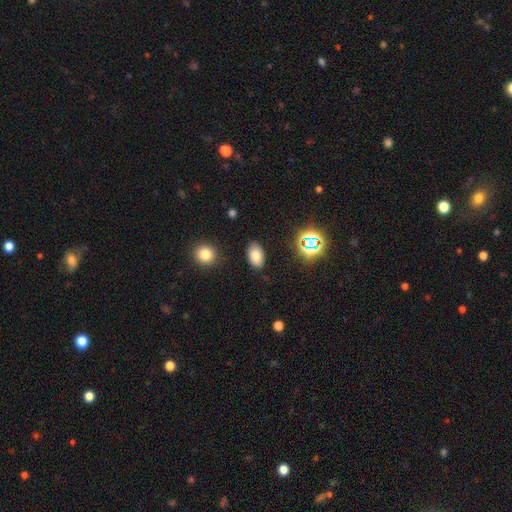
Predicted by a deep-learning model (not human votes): smooth-or-featured: smooth: 76% | star or artifact: 14% | featured or disk: 10%
  how-rounded: in between: 91% | round: 7% | cigar-shaped: 2%
  merging: none: 86% | minor disturbance: 10% | major disturbance: 3% | merger: 2%